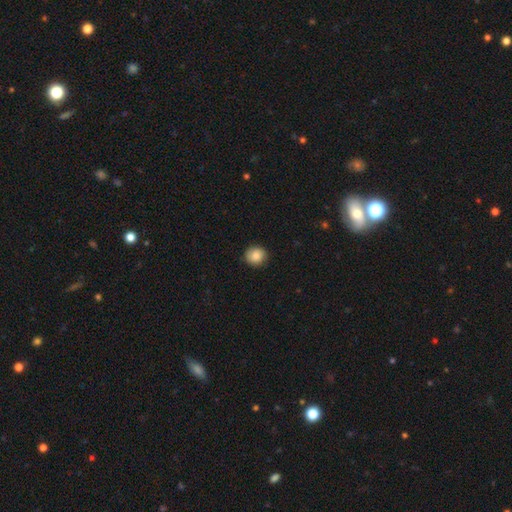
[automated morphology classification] smooth_or_featured: smooth (p=0.86) [alt: star or artifact p=0.08]
how_rounded: round (p=0.87) [alt: in between p=0.12]
merging: none (p=0.89) [alt: minor disturbance p=0.09]